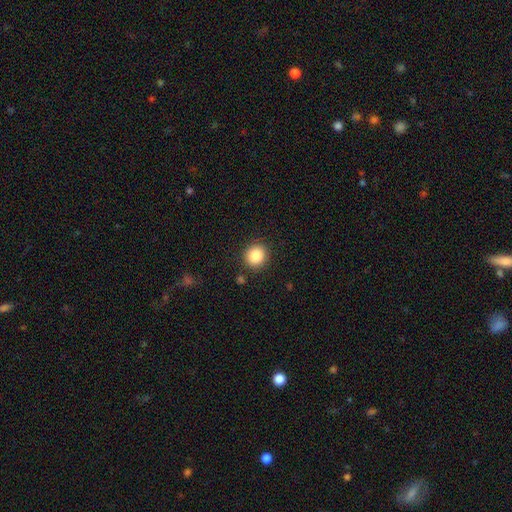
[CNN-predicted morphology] Smooth or featured? smooth (87%)
How rounded? round (86%)
Merging? none (88%)